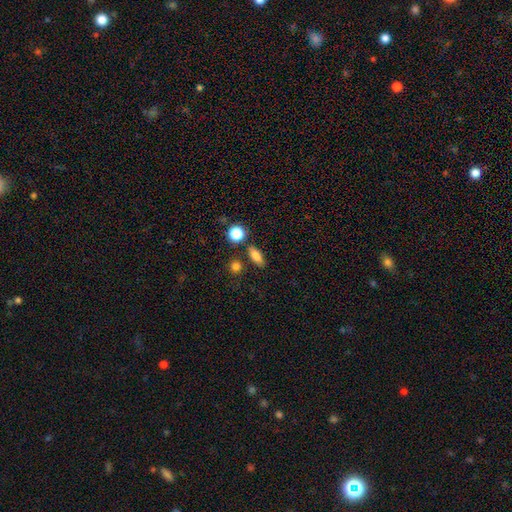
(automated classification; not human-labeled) Smooth or featured? smooth (81%)
How rounded? in between (70%)
Merging? none (80%)